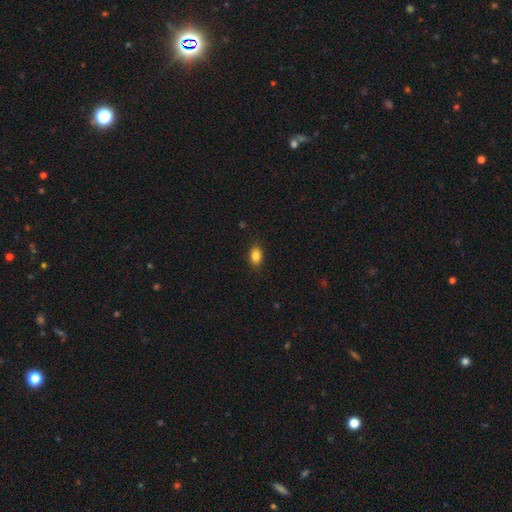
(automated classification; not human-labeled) Smooth or featured?
  - smooth: 85% *
  - star or artifact: 9%
  - featured or disk: 6%
How rounded?
  - in between: 85% *
  - round: 13%
  - cigar-shaped: 2%
Merging?
  - none: 87% *
  - minor disturbance: 10%
  - major disturbance: 2%
  - merger: 1%